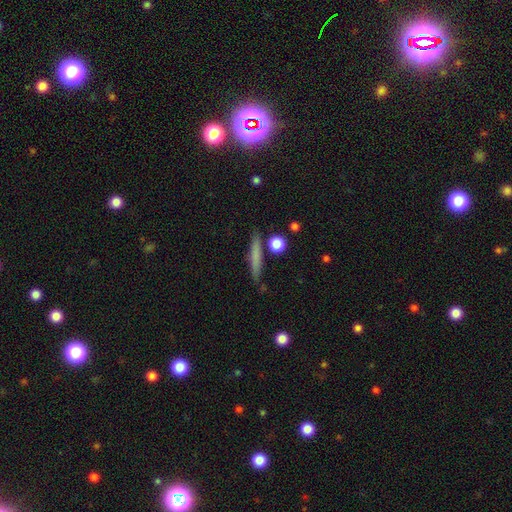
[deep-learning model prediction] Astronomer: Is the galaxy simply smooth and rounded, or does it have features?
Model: smooth — 65%.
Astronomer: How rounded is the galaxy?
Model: cigar-shaped — 91%.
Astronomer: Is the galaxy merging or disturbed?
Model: none — 83%.